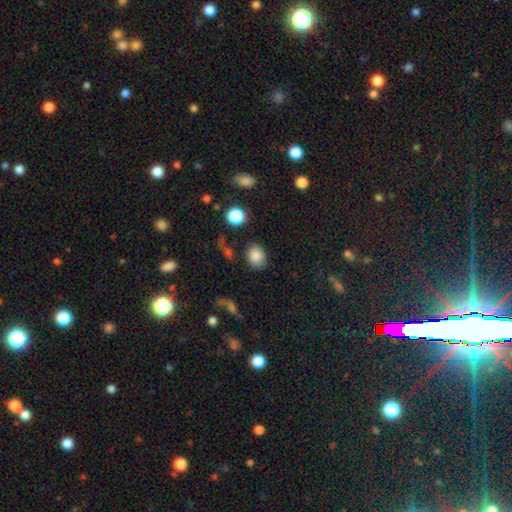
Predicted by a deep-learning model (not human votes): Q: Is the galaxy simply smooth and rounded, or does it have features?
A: smooth — 83%.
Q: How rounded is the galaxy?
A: in between — 57%.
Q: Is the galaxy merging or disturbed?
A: none — 74%.